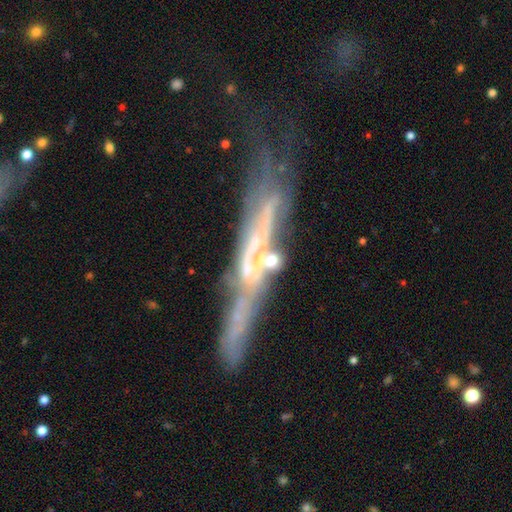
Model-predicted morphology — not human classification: type=featured or disk (70%); edge-on=yes (67%); merging=none (39%).